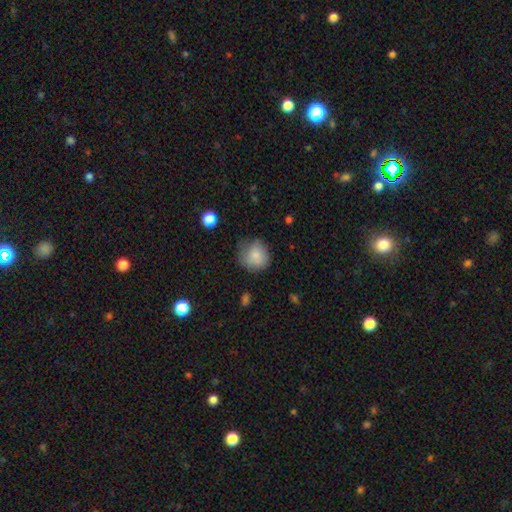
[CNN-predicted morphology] type=smooth (80%); roundness=round (84%); merging=none (58%).